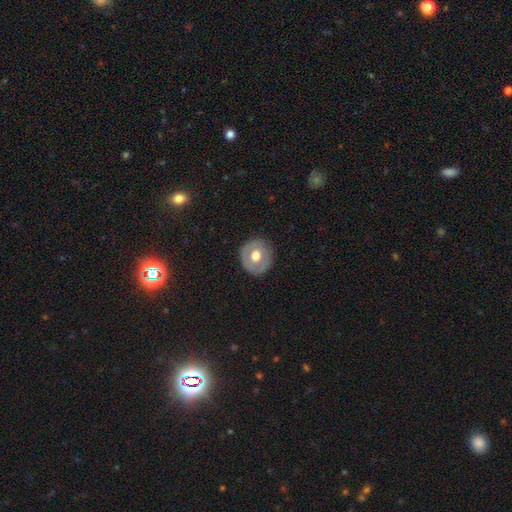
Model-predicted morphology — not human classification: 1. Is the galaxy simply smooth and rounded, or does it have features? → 54% smooth, 39% featured or disk, 7% star or artifact.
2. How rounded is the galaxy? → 89% round, 10% in between, 1% cigar-shaped.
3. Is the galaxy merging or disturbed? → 86% none, 10% minor disturbance, 3% major disturbance, 1% merger.